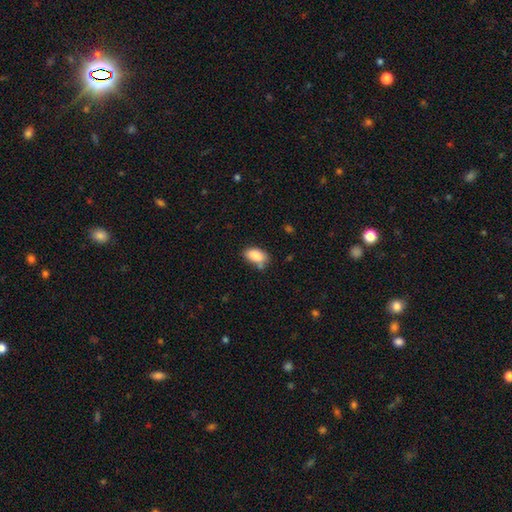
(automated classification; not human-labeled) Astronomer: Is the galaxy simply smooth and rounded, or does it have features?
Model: smooth — 86%.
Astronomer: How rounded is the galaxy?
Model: in between — 92%.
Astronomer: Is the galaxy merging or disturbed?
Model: none — 61%.